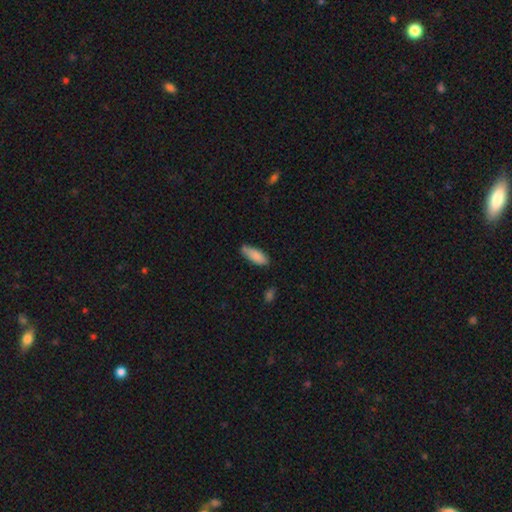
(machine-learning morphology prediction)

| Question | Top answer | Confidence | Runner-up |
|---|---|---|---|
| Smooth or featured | smooth | 86% | featured or disk (7%) |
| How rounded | in between | 72% | cigar-shaped (27%) |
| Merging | none | 66% | minor disturbance (25%) |